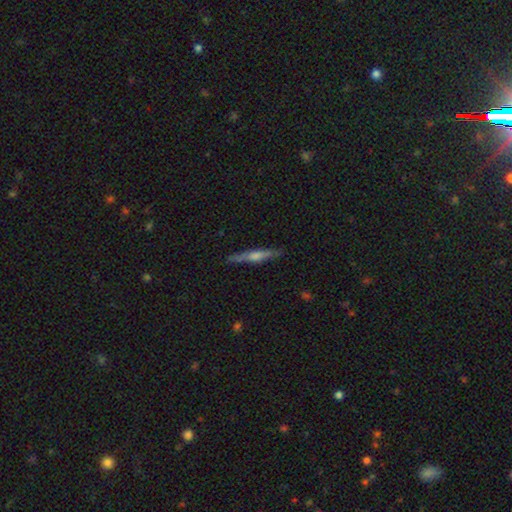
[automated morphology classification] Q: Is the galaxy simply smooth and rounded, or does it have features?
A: featured or disk — 74%.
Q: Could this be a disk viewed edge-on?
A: yes — 97%.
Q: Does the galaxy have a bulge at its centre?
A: rounded — 81%.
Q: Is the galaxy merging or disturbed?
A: none — 90%.